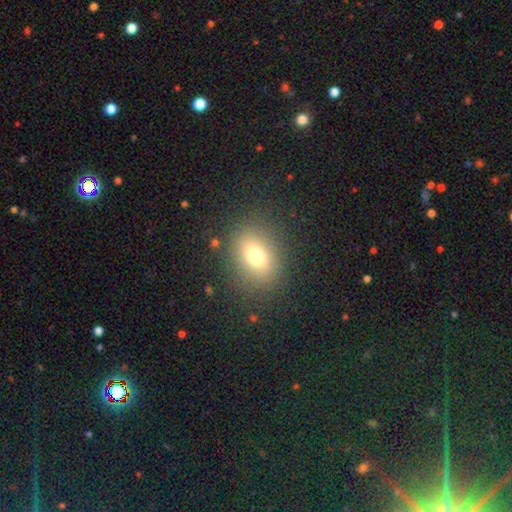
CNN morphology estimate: Smooth or featured? smooth (72%)
How rounded? in between (53%)
Merging? none (84%)